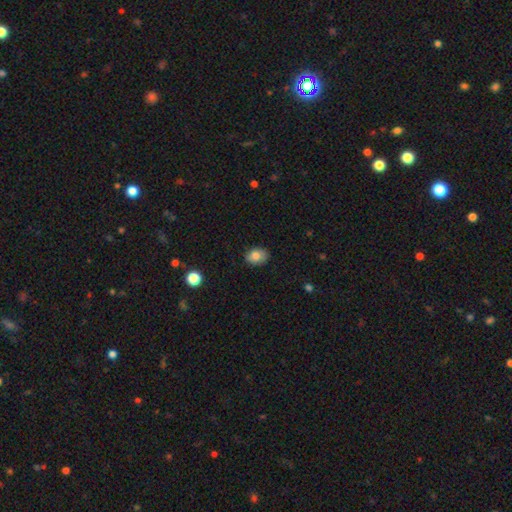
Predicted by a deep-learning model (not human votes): This appears to be a smooth galaxy with no disk features (82%) that is in between round and cigar-shaped (72%). Merging: none (83%).